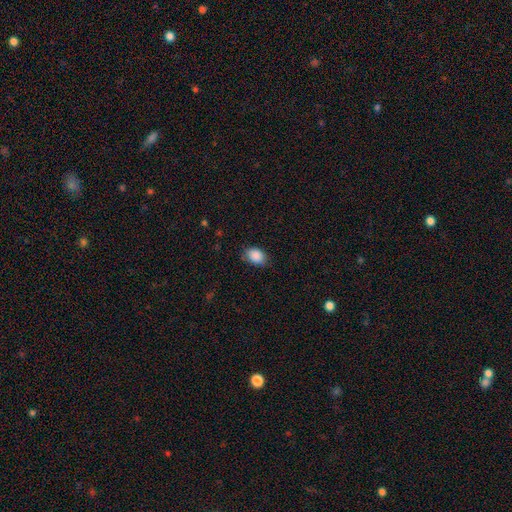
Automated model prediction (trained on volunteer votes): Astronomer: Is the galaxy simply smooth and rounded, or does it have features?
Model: smooth — 89%.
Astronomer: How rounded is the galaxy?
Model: in between — 77%.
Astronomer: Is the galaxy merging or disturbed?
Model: none — 76%.